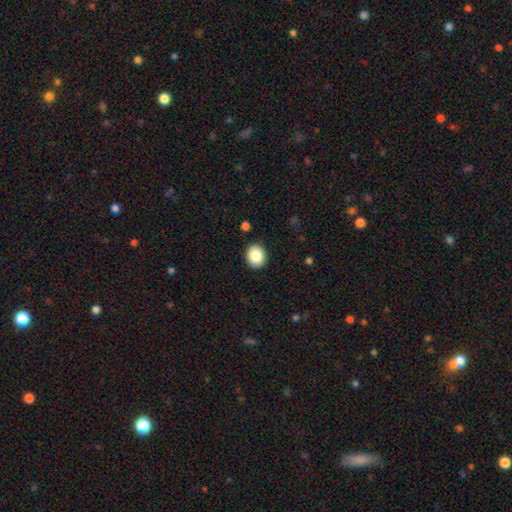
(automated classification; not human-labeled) A smooth galaxy with no disk features (85%) that is round (60%).

Vote fractions:
- Smooth or featured? smooth: 85% / star or artifact: 8% / featured or disk: 7%
- How rounded? round: 60% / in between: 39% / cigar-shaped: 1%
- Merging? none: 90% / minor disturbance: 7% / major disturbance: 2% / merger: 1%